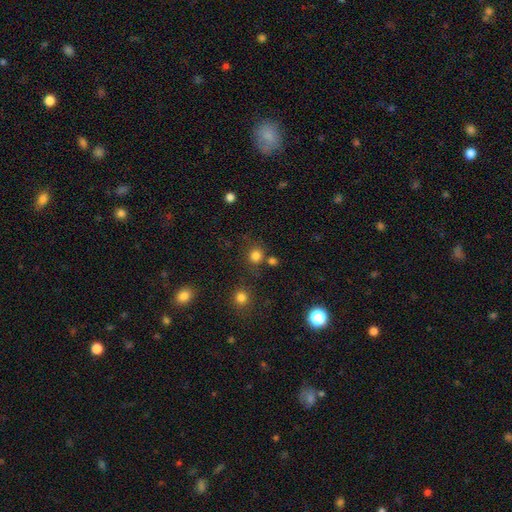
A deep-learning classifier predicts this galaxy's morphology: A smooth galaxy with no disk features (79%) that is round (88%).

Vote fractions:
- Smooth or featured? smooth: 79% / star or artifact: 16% / featured or disk: 5%
- How rounded? round: 88% / in between: 11% / cigar-shaped: 1%
- Merging? none: 74% / merger: 12% / minor disturbance: 10% / major disturbance: 5%